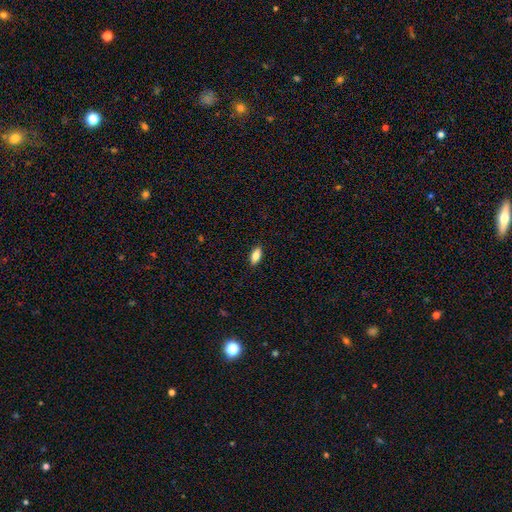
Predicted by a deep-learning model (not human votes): A smooth galaxy with no disk features (80%) that is in between round and cigar-shaped (86%). Merging: none (89%).